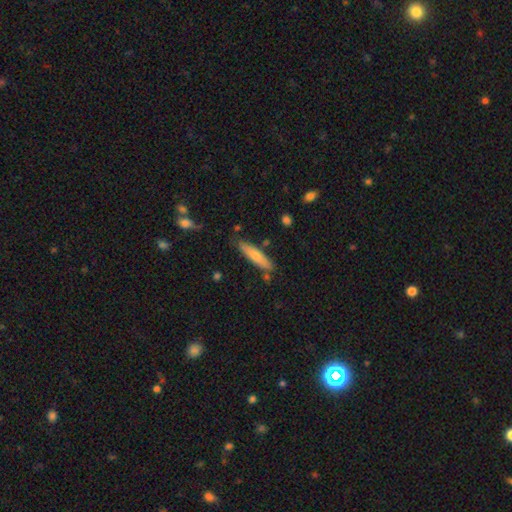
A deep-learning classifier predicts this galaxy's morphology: smooth 70%, featured or disk 24%, star or artifact 6%. Down the decision tree: how rounded — cigar-shaped (78%); merging — none (80%).